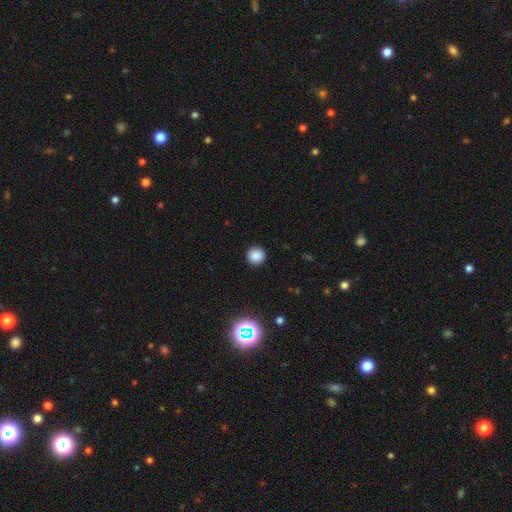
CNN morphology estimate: A smooth galaxy with no disk features (84%) that is round (94%).

Vote fractions:
- Smooth or featured? smooth: 84% / star or artifact: 12% / featured or disk: 4%
- How rounded? round: 94% / in between: 5% / cigar-shaped: 1%
- Merging? none: 92% / minor disturbance: 5% / major disturbance: 2% / merger: 1%